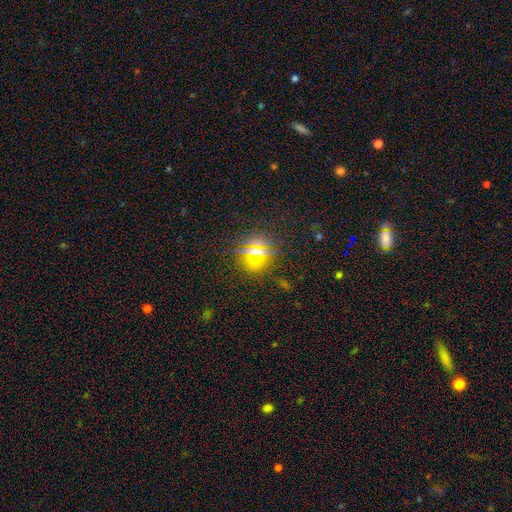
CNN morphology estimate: Smooth or featured: smooth — 48% (star or artifact — 40%)
Merging: none — 81% (minor disturbance — 9%)